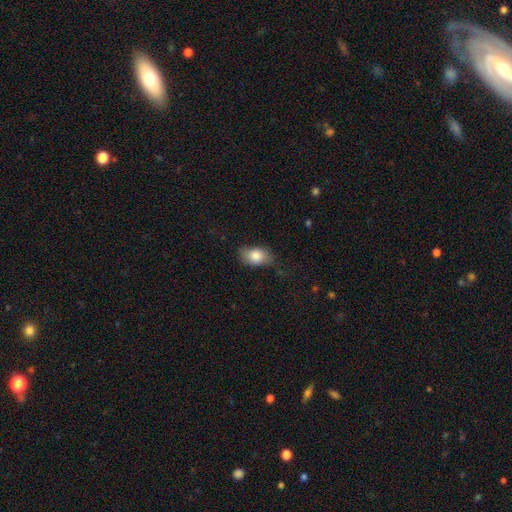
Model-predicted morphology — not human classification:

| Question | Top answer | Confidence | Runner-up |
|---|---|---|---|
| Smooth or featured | smooth | 82% | featured or disk (11%) |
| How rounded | in between | 84% | round (14%) |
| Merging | none | 63% | minor disturbance (27%) |